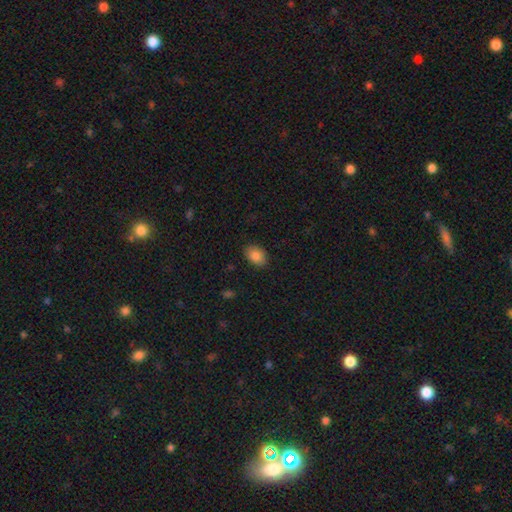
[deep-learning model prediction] Smooth or featured?
  - smooth: 86% *
  - star or artifact: 8%
  - featured or disk: 6%
How rounded?
  - in between: 81% *
  - round: 18%
  - cigar-shaped: 1%
Merging?
  - none: 87% *
  - minor disturbance: 10%
  - major disturbance: 2%
  - merger: 1%